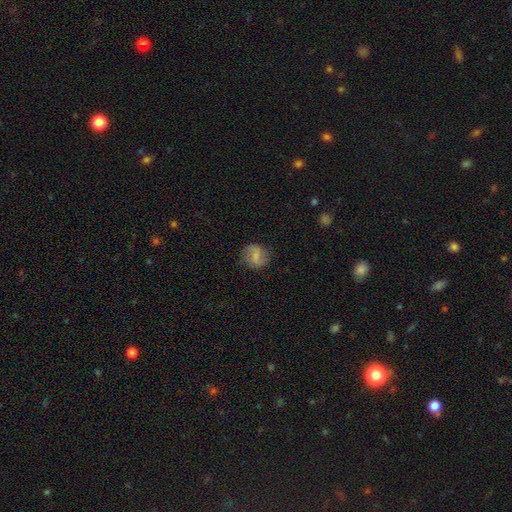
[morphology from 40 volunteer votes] Smooth or featured? 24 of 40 (60%) said smooth. How rounded? 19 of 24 (79%) said round. Merging? 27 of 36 (75%) said none.